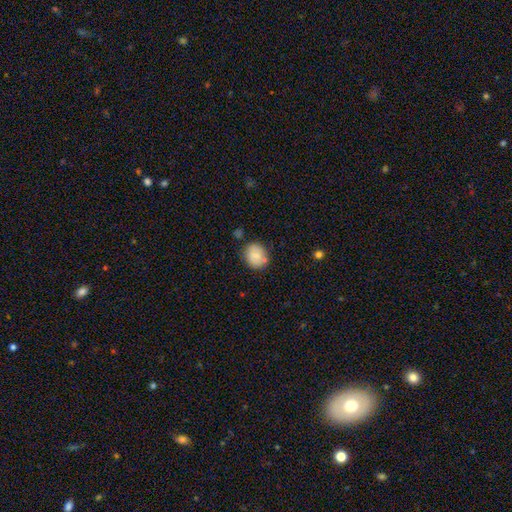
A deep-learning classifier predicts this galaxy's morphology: This is likely a smooth galaxy (79%). How rounded: likely round (66%). Merging: likely none (75%).